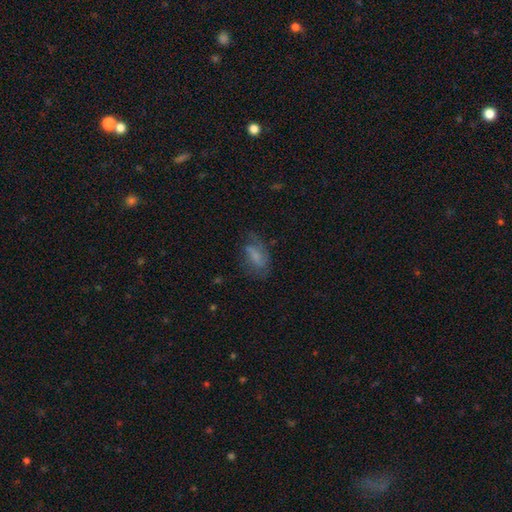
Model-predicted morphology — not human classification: Smooth or featured?
  - smooth: 48% *
  - featured or disk: 41%
  - star or artifact: 11%
Merging?
  - none: 50% *
  - minor disturbance: 26%
  - major disturbance: 22%
  - merger: 2%